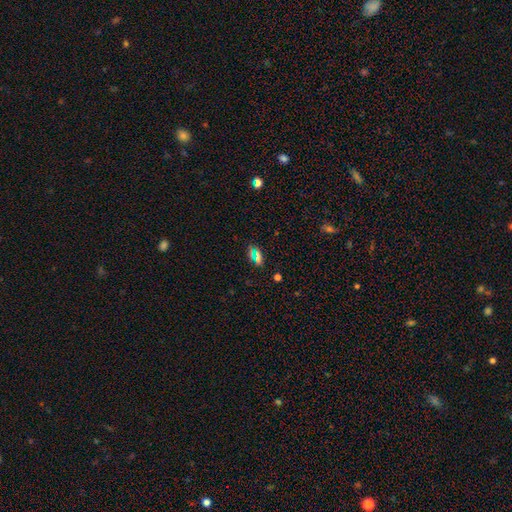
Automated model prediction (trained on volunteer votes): This is possibly a smooth galaxy (57%). How rounded: likely in between (68%). Merging: likely none (77%).